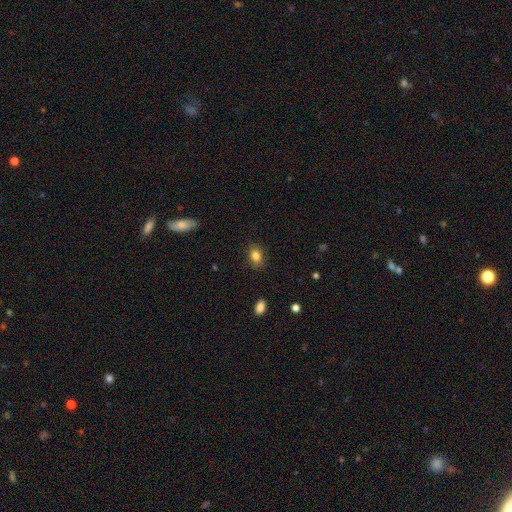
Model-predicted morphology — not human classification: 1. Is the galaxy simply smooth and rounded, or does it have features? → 84% smooth, 10% star or artifact, 7% featured or disk.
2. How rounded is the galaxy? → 68% in between, 31% round, 1% cigar-shaped.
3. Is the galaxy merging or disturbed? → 86% none, 11% minor disturbance, 3% major disturbance, 1% merger.